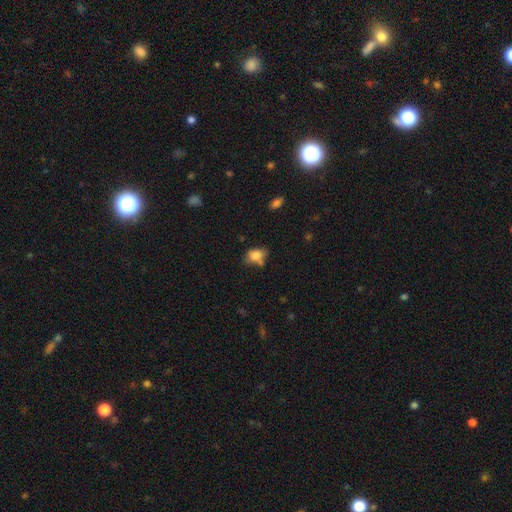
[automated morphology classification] A smooth galaxy with no disk features (79%) that is in between round and cigar-shaped (72%).

Vote fractions:
- Smooth or featured? smooth: 79% / featured or disk: 11% / star or artifact: 10%
- How rounded? in between: 72% / round: 26% / cigar-shaped: 2%
- Merging? none: 52% / minor disturbance: 25% / merger: 14% / major disturbance: 8%